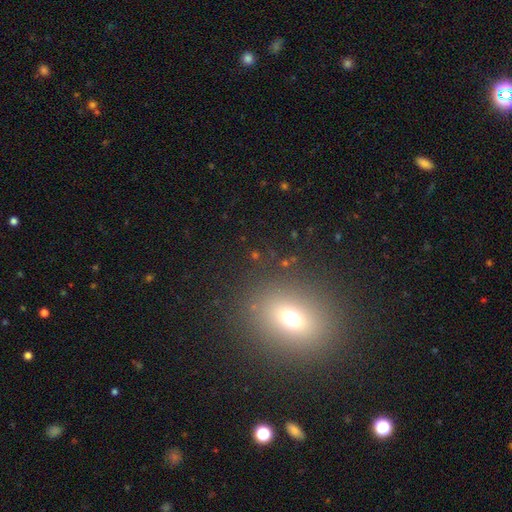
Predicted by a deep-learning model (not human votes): This is possibly a smooth galaxy (54%). How rounded: possibly round (58%). Merging: clearly none (83%).